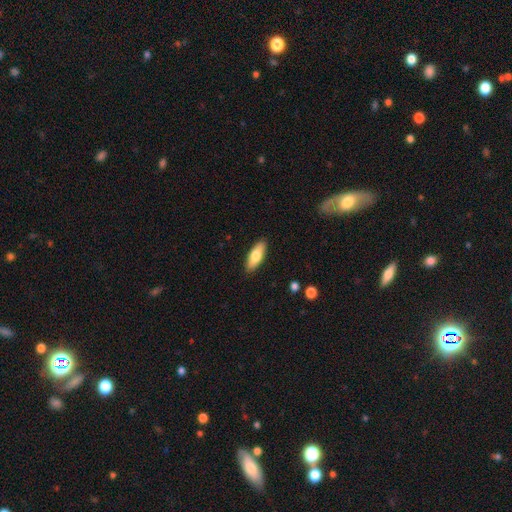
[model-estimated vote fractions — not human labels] smooth 75%, featured or disk 20%, star or artifact 6%. Down the decision tree: how rounded — in between (67%); merging — none (89%).